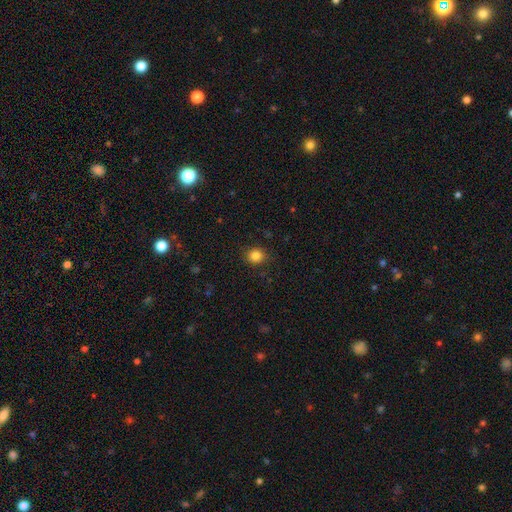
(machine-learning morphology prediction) smooth 85%, star or artifact 11%, featured or disk 4%. Down the decision tree: how rounded — round (85%); merging — none (88%).